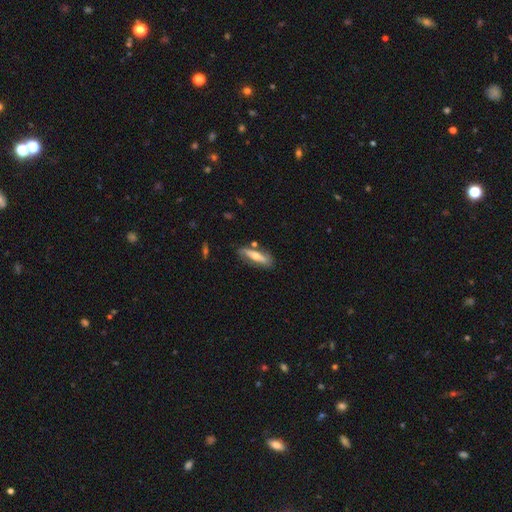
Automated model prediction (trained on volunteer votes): featured or disk 56%, smooth 38%, star or artifact 6%. Down the decision tree: edge-on disk — no (59%); merging — none (72%).